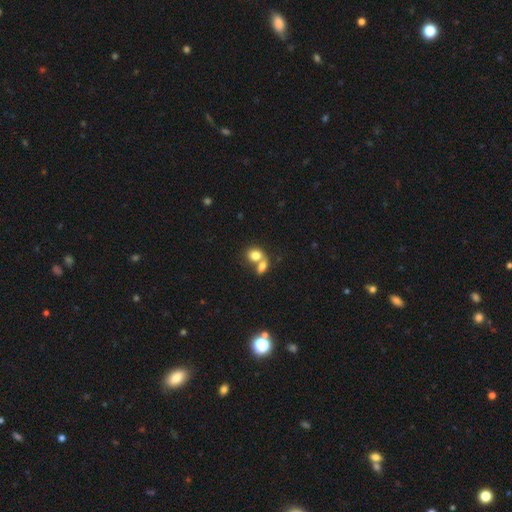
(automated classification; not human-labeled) Smooth or featured? smooth (78%)
How rounded? in between (52%)
Merging? merger (64%)